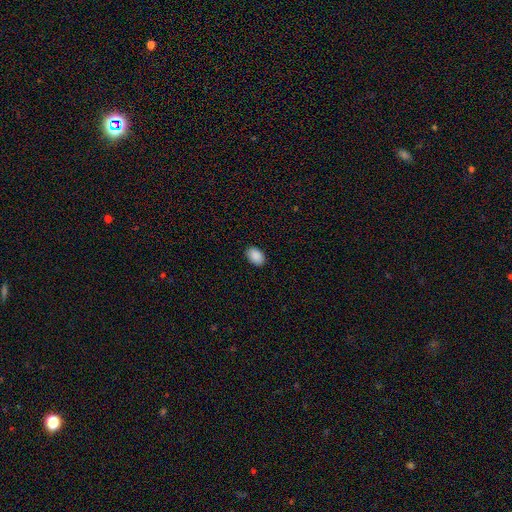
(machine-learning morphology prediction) Smooth or featured? smooth (91%)
How rounded? in between (89%)
Merging? none (89%)